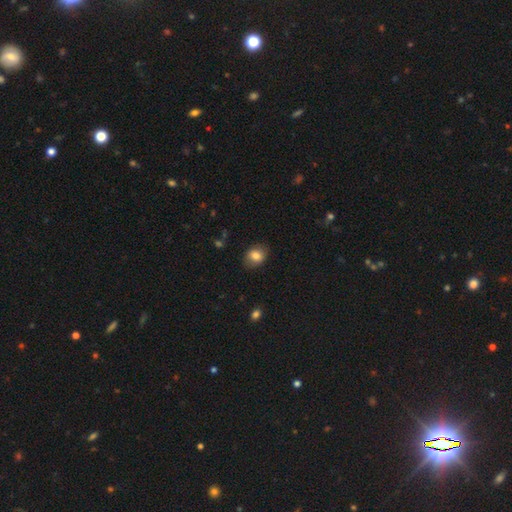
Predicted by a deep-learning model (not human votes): The model was most divided on "how rounded": round: 50%, in between: 49%, cigar-shaped: 1%. More confident: merging — none (83%); smooth or featured — smooth (81%).